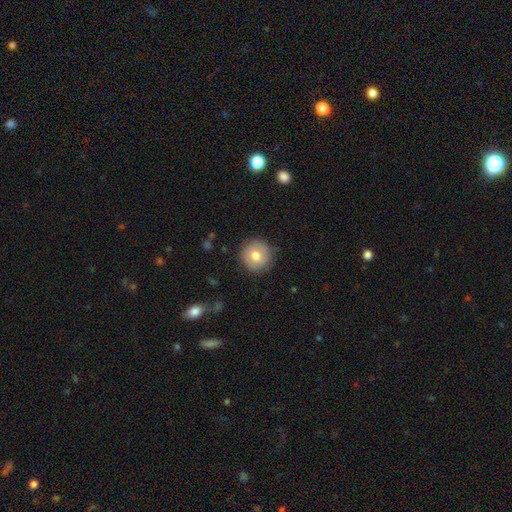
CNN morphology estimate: Q: Smooth or featured?
A: smooth (76%); runner-up: featured or disk (16%)
Q: How rounded?
A: round (95%); runner-up: in between (5%)
Q: Merging?
A: none (88%); runner-up: minor disturbance (9%)